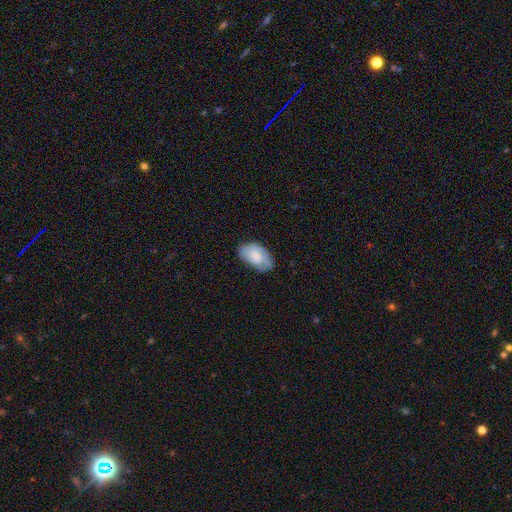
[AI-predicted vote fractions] A smooth galaxy with no disk features (63%) that is in between round and cigar-shaped (92%).

Vote fractions:
- Smooth or featured? smooth: 63% / featured or disk: 31% / star or artifact: 7%
- How rounded? in between: 92% / round: 6% / cigar-shaped: 1%
- Merging? none: 62% / minor disturbance: 29% / major disturbance: 7% / merger: 1%